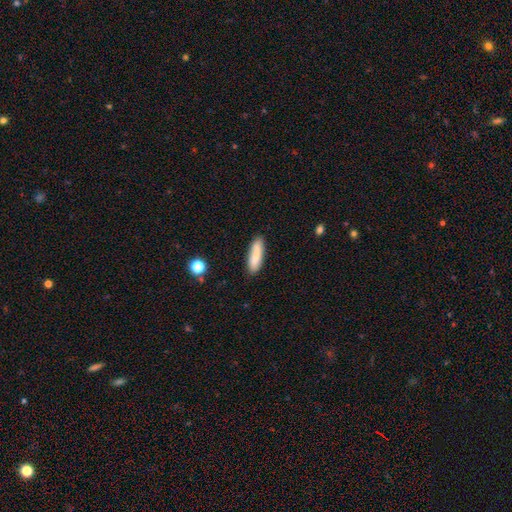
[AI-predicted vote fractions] Overall: smooth (78%). How rounded: cigar-shaped (58%; in between 40%). Merging: none (81%).